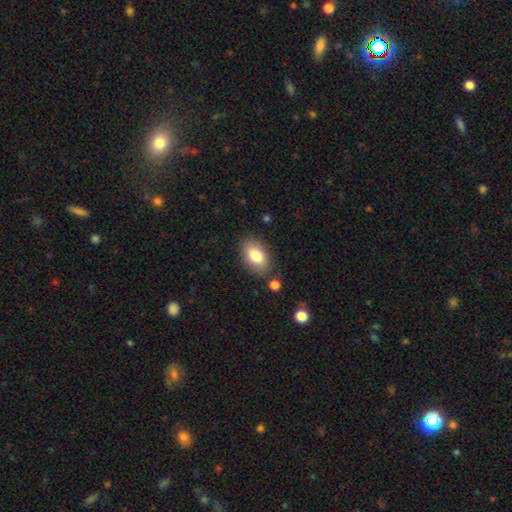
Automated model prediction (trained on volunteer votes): Smooth or featured? smooth (81%)
How rounded? in between (91%)
Merging? none (82%)